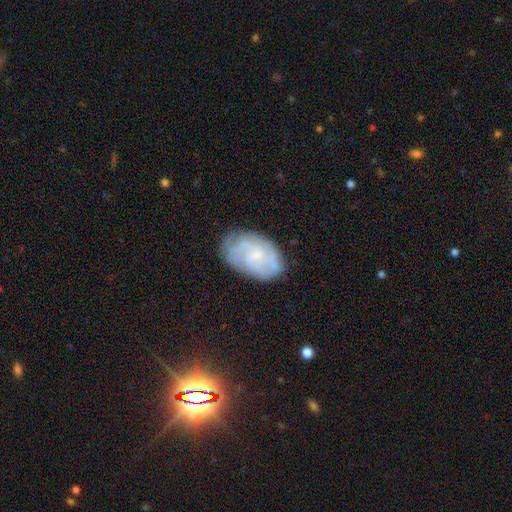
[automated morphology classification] This appears to be a featured or disk galaxy (64%) with no bar (68%), tight (54%) spiral arms (83%) and a small central bulge (62%). Merging: none (69%).